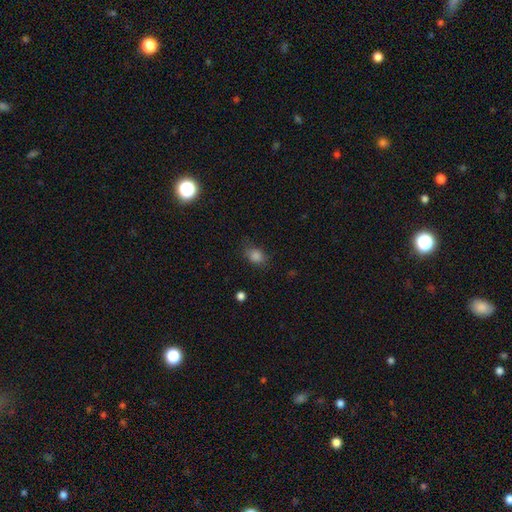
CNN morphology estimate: A smooth galaxy with no disk features (81%) that is in between round and cigar-shaped (61%). Merging: none (74%).